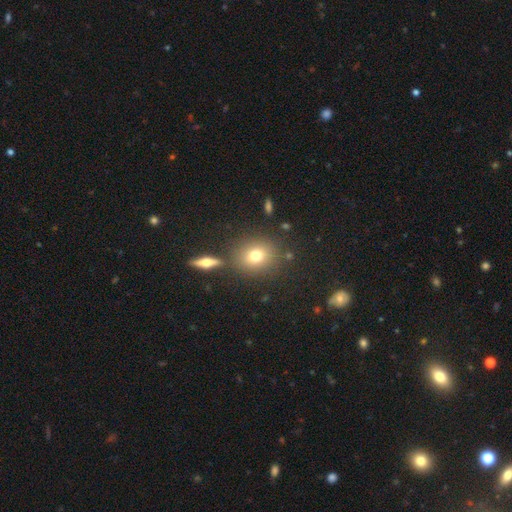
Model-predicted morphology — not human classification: Smooth or featured?
  - smooth: 74% *
  - featured or disk: 13%
  - star or artifact: 13%
How rounded?
  - round: 70% *
  - in between: 28%
  - cigar-shaped: 2%
Merging?
  - none: 79% *
  - minor disturbance: 9%
  - merger: 8%
  - major disturbance: 3%